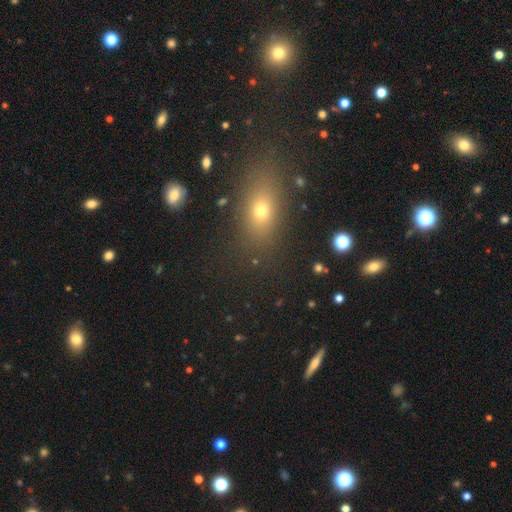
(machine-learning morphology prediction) A smooth galaxy with no disk features (60%) that is in between round and cigar-shaped (66%). Merging: none (84%).